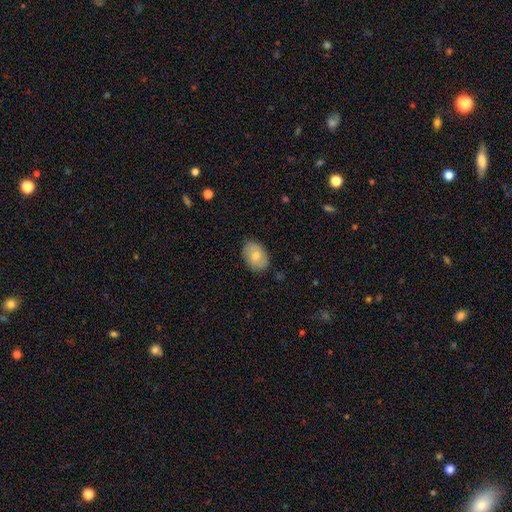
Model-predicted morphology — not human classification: Smooth or featured? smooth (76%)
How rounded? in between (83%)
Merging? none (85%)